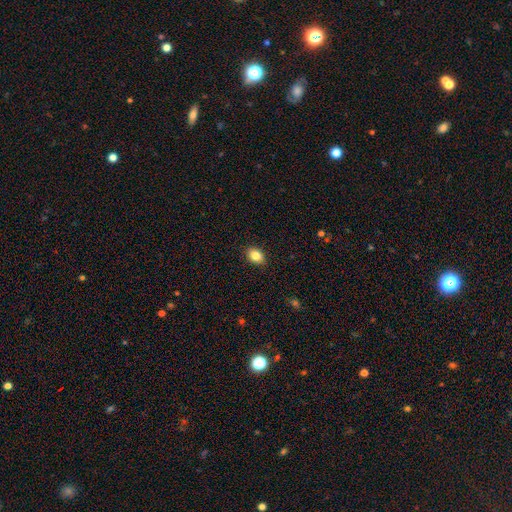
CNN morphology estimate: The model was most divided on "how rounded": in between: 74%, round: 25%, cigar-shaped: 1%. More confident: merging — none (89%); smooth or featured — smooth (85%).